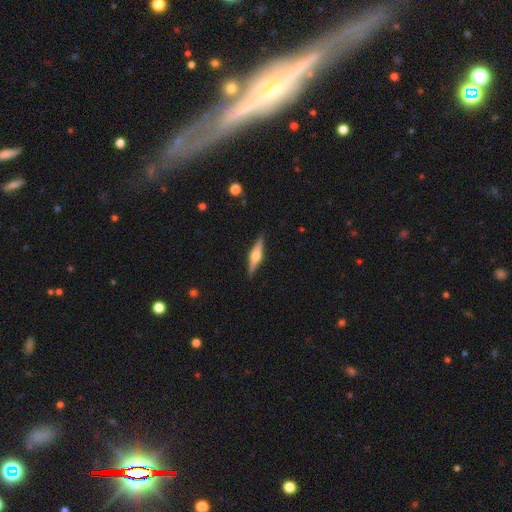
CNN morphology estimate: Smooth or featured: featured or disk — 73% (smooth — 22%)
Edge-on disk: yes — 97% (no — 3%)
Edge-on bulge: rounded — 93% (boxy — 5%)
Merging: none — 90% (minor disturbance — 8%)